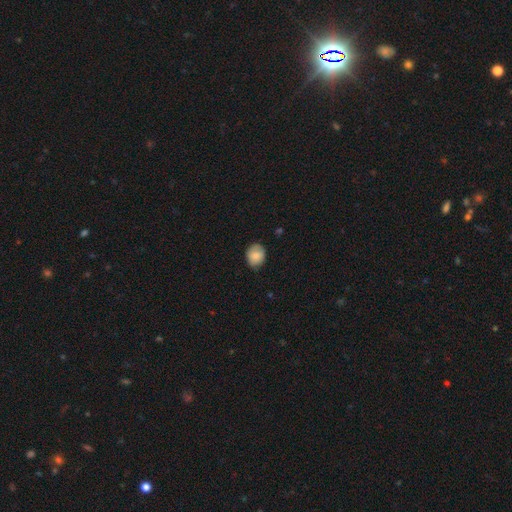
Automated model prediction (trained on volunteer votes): This is clearly a smooth galaxy (80%). How rounded: possibly round (57%). Merging: likely none (77%).